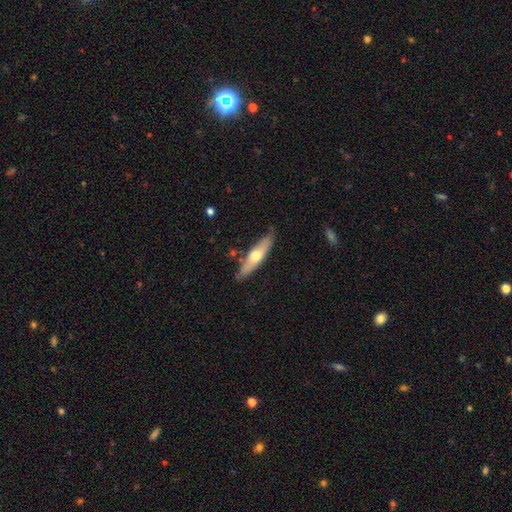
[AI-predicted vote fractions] A smooth galaxy with no disk features (51%) that is cigar-shaped (70%).

Vote fractions:
- Smooth or featured? smooth: 51% / featured or disk: 43% / star or artifact: 5%
- How rounded? cigar-shaped: 70% / in between: 28% / round: 2%
- Merging? none: 78% / minor disturbance: 16% / merger: 3% / major disturbance: 3%